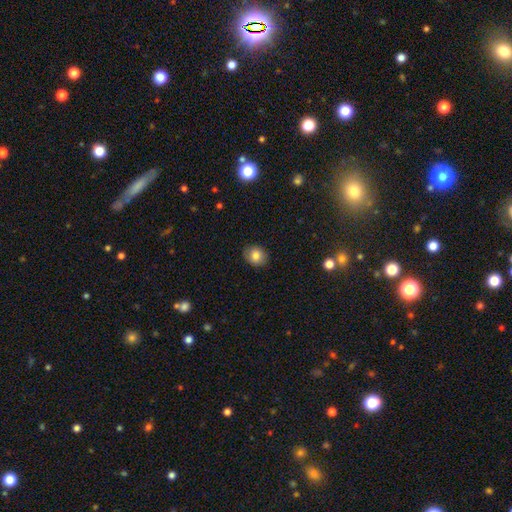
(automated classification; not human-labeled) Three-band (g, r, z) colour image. It shows a smooth galaxy with no disk features (82%) that is round (65%). Merging: none (87%).